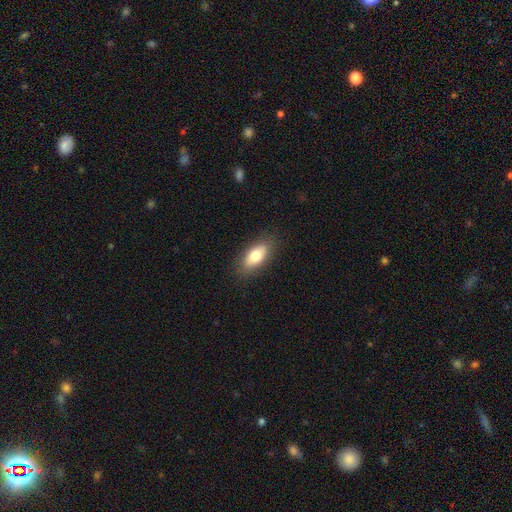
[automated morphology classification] Smooth or featured?
  - smooth: 76% *
  - featured or disk: 17%
  - star or artifact: 7%
How rounded?
  - in between: 84% *
  - cigar-shaped: 13%
  - round: 4%
Merging?
  - none: 86% *
  - minor disturbance: 11%
  - major disturbance: 3%
  - merger: 1%